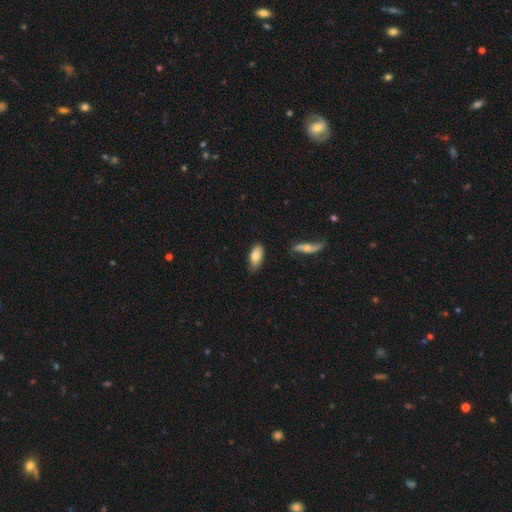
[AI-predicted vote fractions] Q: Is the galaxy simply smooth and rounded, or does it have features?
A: smooth — 78%.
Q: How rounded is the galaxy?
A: in between — 89%.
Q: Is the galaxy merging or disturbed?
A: none — 69%.